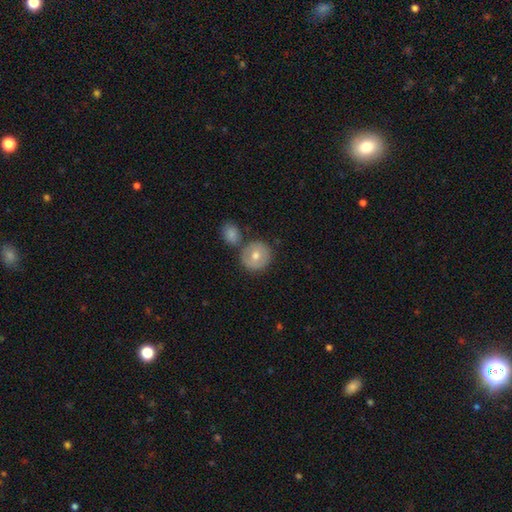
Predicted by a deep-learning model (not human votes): Smooth or featured? smooth (65%)
How rounded? round (90%)
Merging? none (70%)